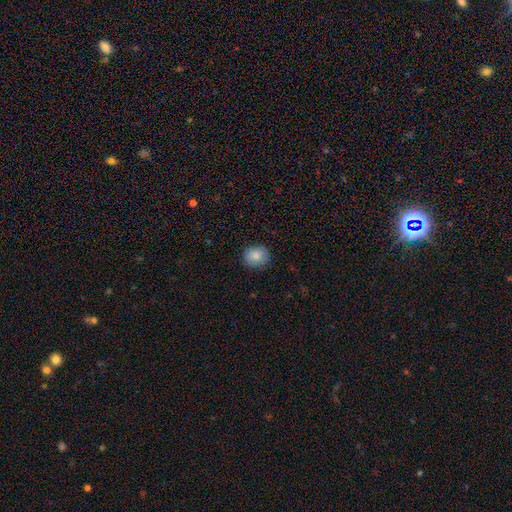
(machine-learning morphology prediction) A smooth galaxy with no disk features (84%) that is round (67%).

Vote fractions:
- Smooth or featured? smooth: 84% / star or artifact: 8% / featured or disk: 8%
- How rounded? round: 67% / in between: 33% / cigar-shaped: 1%
- Merging? none: 85% / minor disturbance: 11% / major disturbance: 2% / merger: 1%